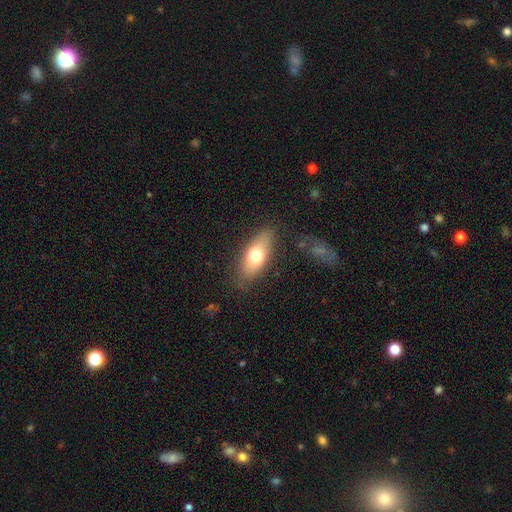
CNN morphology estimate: The model was most divided on "smooth or featured": smooth: 68%, featured or disk: 24%, star or artifact: 7%. More confident: merging — none (81%); how rounded — in between (75%).